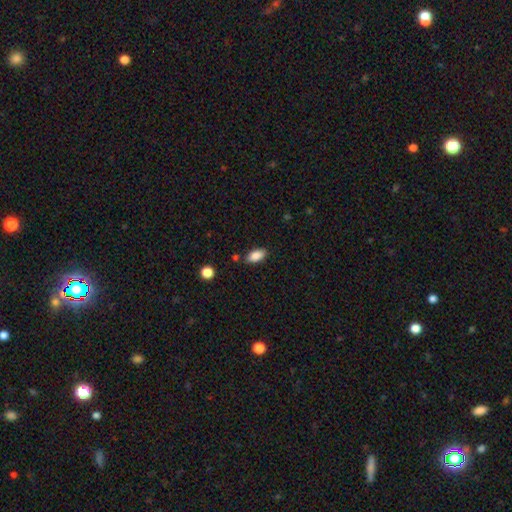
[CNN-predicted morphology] Q: Smooth or featured?
A: smooth (87%); runner-up: star or artifact (8%)
Q: How rounded?
A: in between (90%); runner-up: cigar-shaped (6%)
Q: Merging?
A: none (81%); runner-up: minor disturbance (12%)